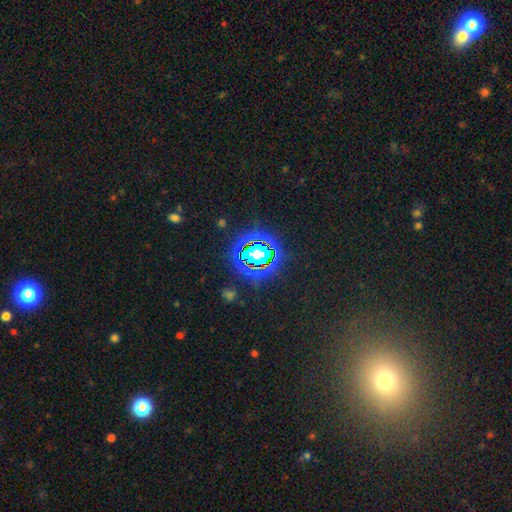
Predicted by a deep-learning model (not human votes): Overall: star or artifact (70%).